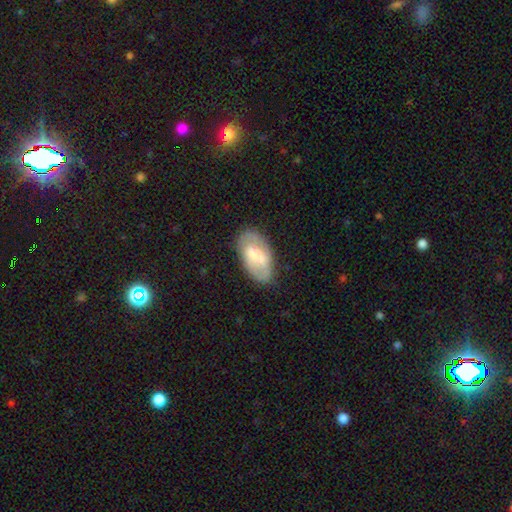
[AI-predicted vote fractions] Q: Smooth or featured?
A: featured or disk (52%); runner-up: smooth (42%)
Q: Edge-on disk?
A: no (93%); runner-up: yes (7%)
Q: Merging?
A: none (77%); runner-up: minor disturbance (16%)